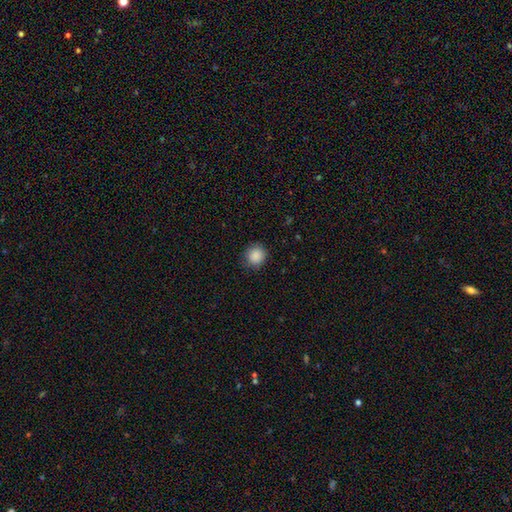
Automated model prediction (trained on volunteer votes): This is clearly a smooth galaxy (88%). How rounded: clearly round (89%). Merging: clearly none (87%).